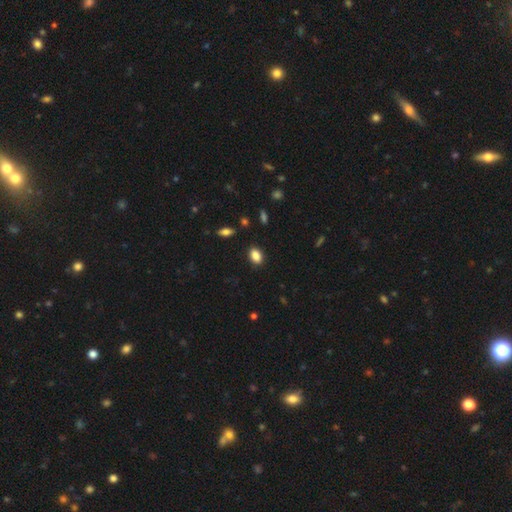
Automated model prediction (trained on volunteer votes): Smooth or featured: smooth — 87% (star or artifact — 8%)
How rounded: in between — 83% (round — 15%)
Merging: none — 87% (minor disturbance — 9%)